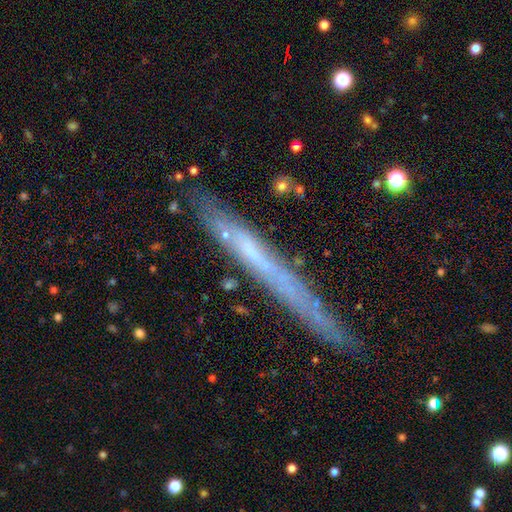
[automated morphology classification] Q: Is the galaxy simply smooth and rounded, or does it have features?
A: featured or disk — 57%.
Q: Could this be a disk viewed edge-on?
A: yes — 90%.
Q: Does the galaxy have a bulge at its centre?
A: none — 87%.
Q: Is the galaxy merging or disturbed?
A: none — 77%.